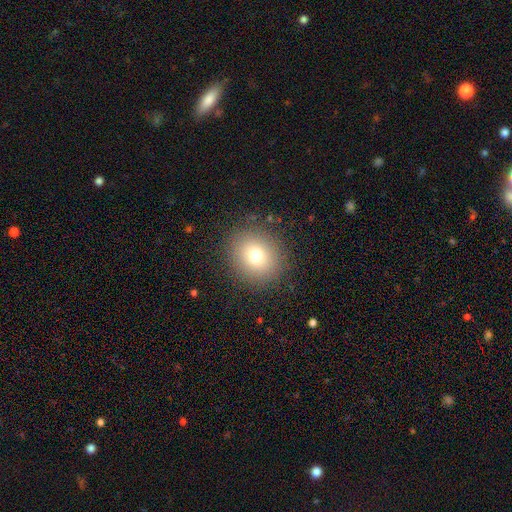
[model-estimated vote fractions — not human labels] Smooth or featured: smooth — 75% (star or artifact — 13%)
How rounded: round — 79% (in between — 20%)
Merging: none — 88% (minor disturbance — 8%)